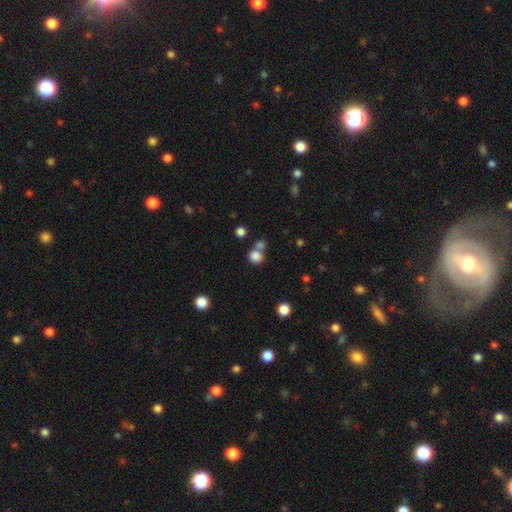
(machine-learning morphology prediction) This is clearly a smooth galaxy (82%). How rounded: clearly round (84%). Merging: possibly none (55%).